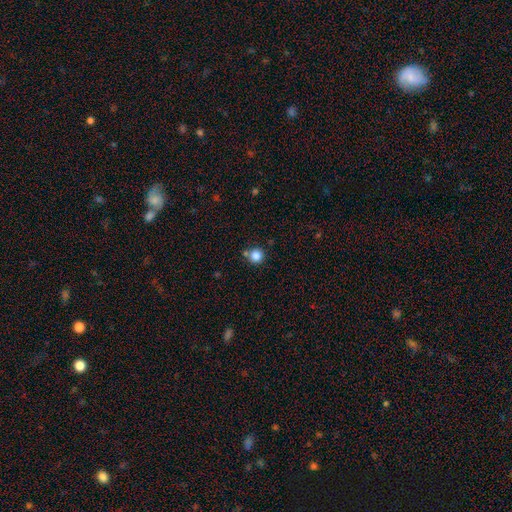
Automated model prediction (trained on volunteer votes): A smooth galaxy with no disk features (84%) that is round (94%). Merging: none (76%).